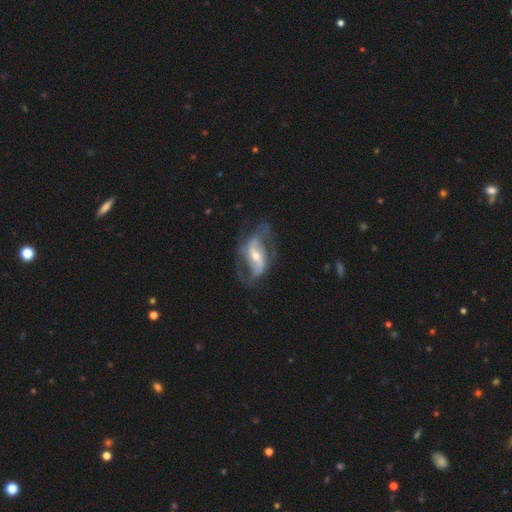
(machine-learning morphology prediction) type=featured or disk (84%); edge-on=no (95%); bar=strong (41%); spiral arms=yes (91%); winding=loose (56%); arm count=2 (84%); bulge=small (49%); merging=none (59%).